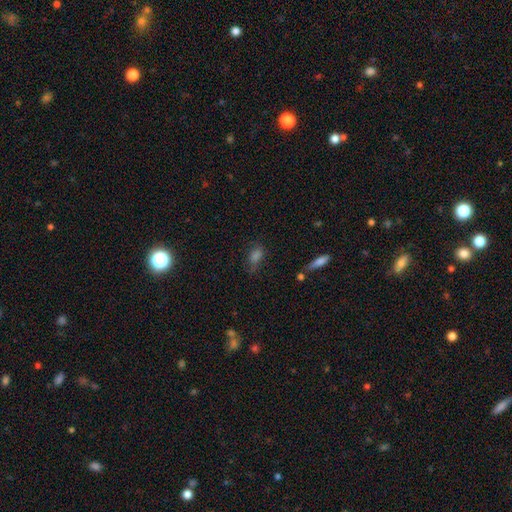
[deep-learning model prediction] smooth-or-featured: smooth: 62% | star or artifact: 23% | featured or disk: 14%
  how-rounded: in between: 74% | round: 17% | cigar-shaped: 9%
  merging: none: 59% | minor disturbance: 24% | major disturbance: 12% | merger: 5%